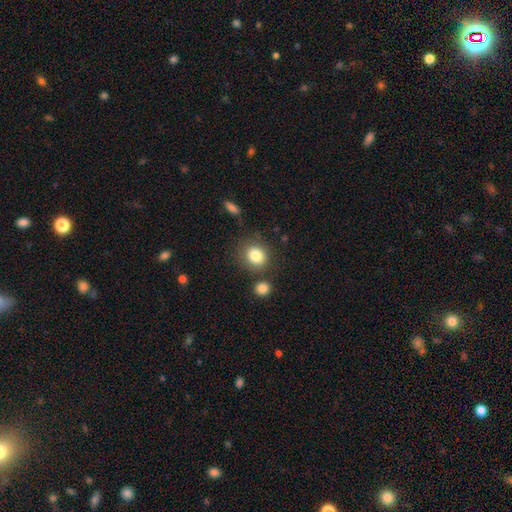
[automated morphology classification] This is clearly a smooth galaxy (83%). How rounded: likely round (79%). Merging: likely none (74%).